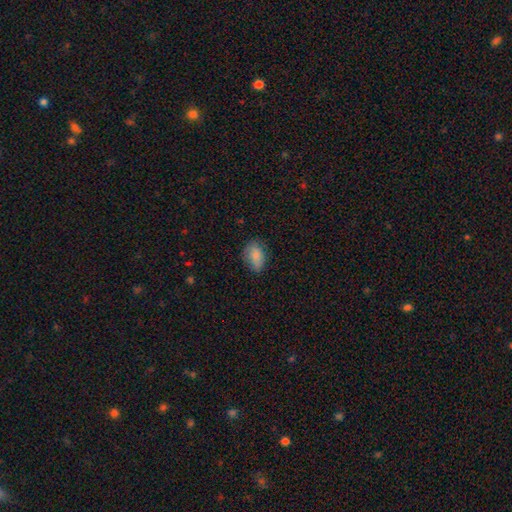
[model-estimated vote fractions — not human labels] The model was most divided on "merging": none: 69%, minor disturbance: 24%, major disturbance: 6%, merger: 1%. More confident: how rounded — in between (85%); smooth or featured — smooth (83%).